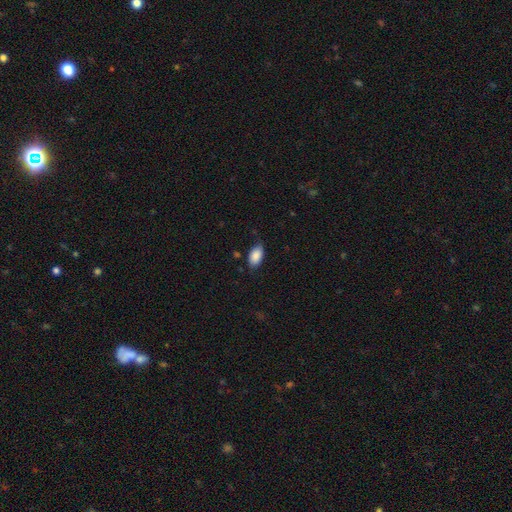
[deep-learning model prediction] smooth 88%, star or artifact 7%, featured or disk 5%. Down the decision tree: how rounded — in between (94%); merging — none (77%).